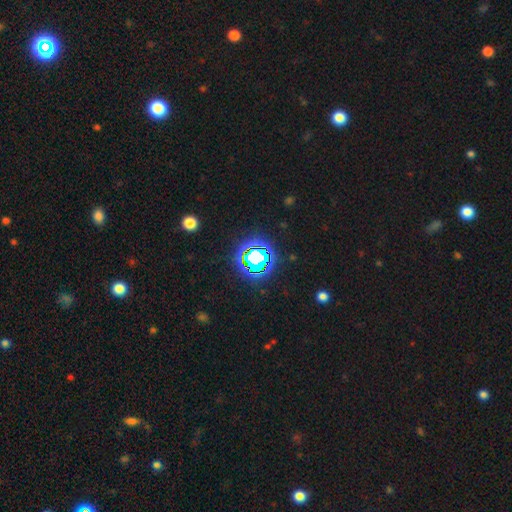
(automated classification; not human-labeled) star or artifact 69%, smooth 18%, featured or disk 12%.